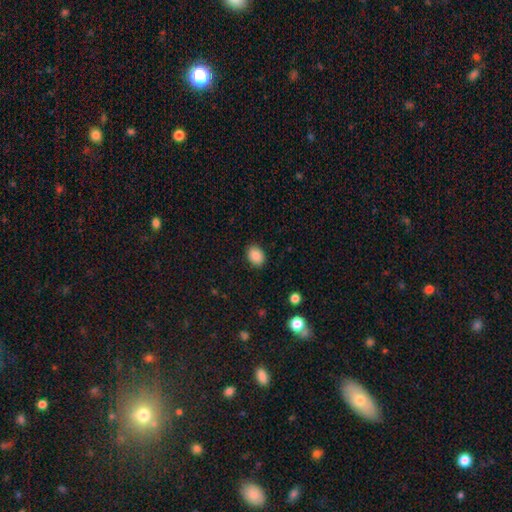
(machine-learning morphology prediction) The model was most divided on "how rounded": in between: 67%, round: 32%, cigar-shaped: 1%. More confident: merging — none (88%); smooth or featured — smooth (88%).